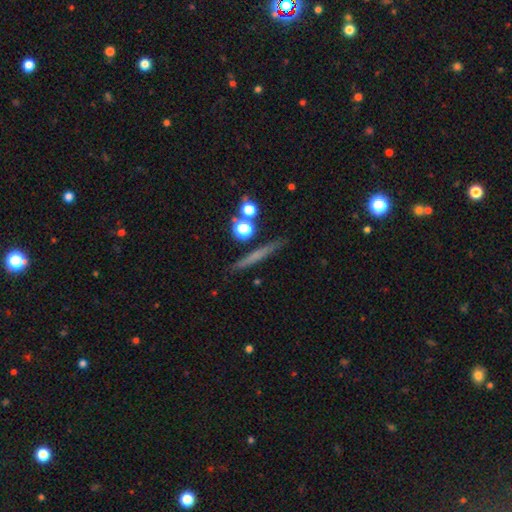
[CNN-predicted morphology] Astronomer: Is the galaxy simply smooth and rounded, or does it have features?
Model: smooth — 49% (runner-up: featured or disk, 40%).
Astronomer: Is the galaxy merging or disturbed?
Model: none — 85%.